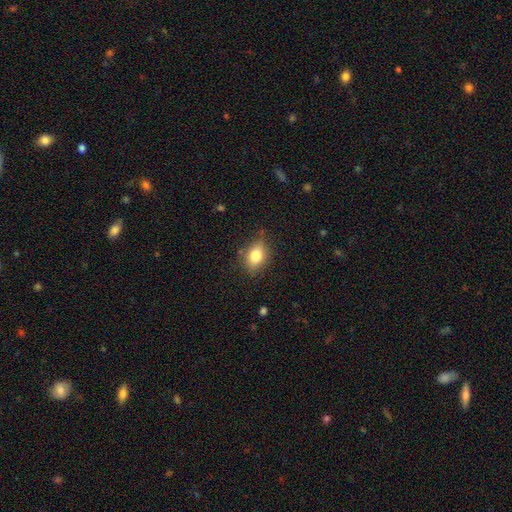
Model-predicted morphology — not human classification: smooth 81%, featured or disk 10%, star or artifact 9%. Down the decision tree: how rounded — in between (73%); merging — none (79%).